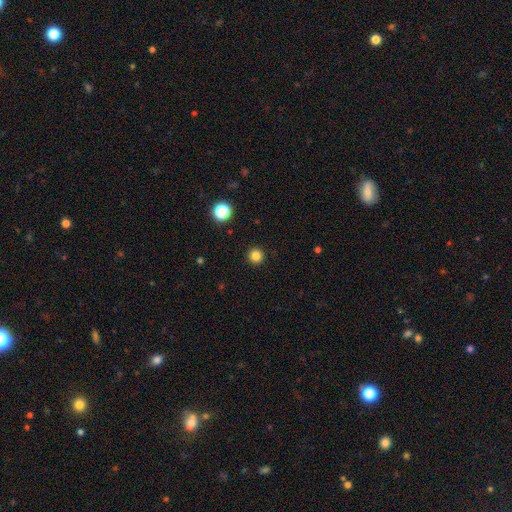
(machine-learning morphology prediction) This appears to be a smooth galaxy with no disk features (83%) that is round (96%). Merging: none (93%).